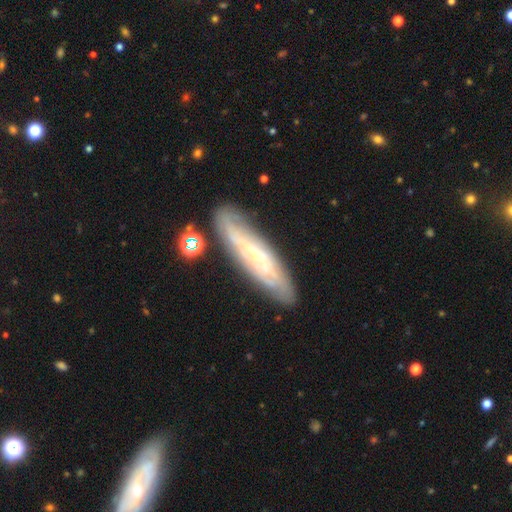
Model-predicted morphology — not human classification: type=featured or disk (60%); edge-on=no (56%); merging=none (77%).